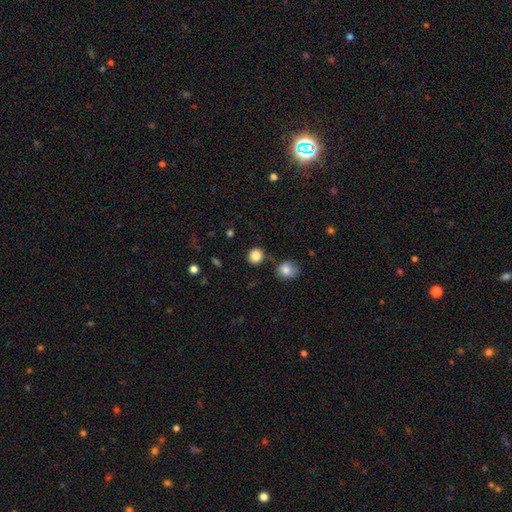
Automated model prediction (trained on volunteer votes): smooth_or_featured: smooth (p=0.85) [alt: star or artifact p=0.10]
how_rounded: round (p=0.88) [alt: in between p=0.11]
merging: none (p=0.83) [alt: minor disturbance p=0.09]